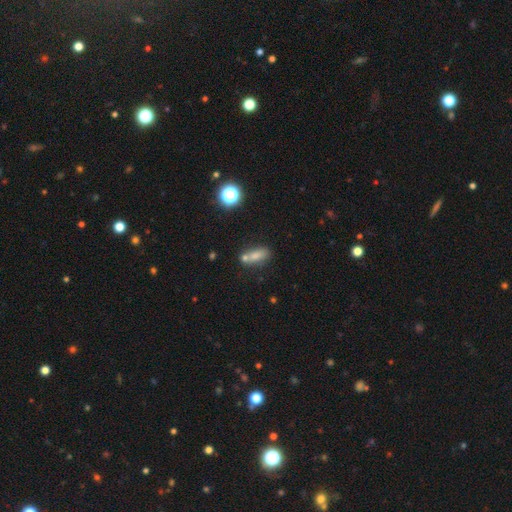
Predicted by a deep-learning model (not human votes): smooth 73%, star or artifact 14%, featured or disk 13%. Down the decision tree: how rounded — in between (68%); merging — none (52%).